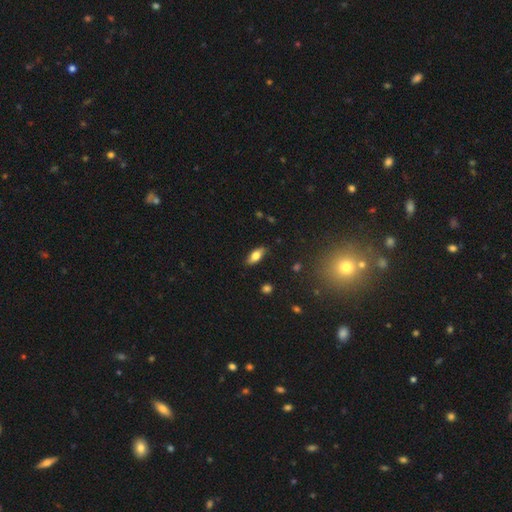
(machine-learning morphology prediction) This appears to be a smooth galaxy with no disk features (72%) that is in between round and cigar-shaped (83%). Merging: none (85%).